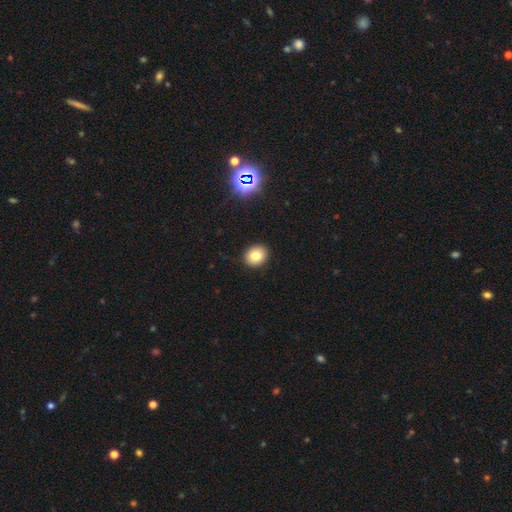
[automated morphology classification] Q: Smooth or featured?
A: smooth (78%); runner-up: star or artifact (12%)
Q: How rounded?
A: round (67%); runner-up: in between (32%)
Q: Merging?
A: none (91%); runner-up: minor disturbance (6%)